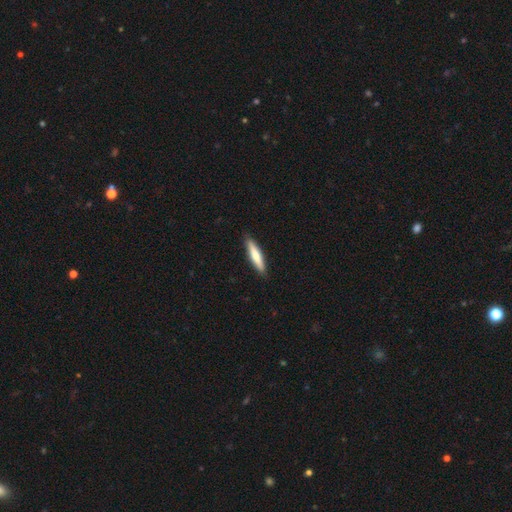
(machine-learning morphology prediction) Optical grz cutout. It shows a smooth galaxy with no disk features (70%) that is cigar-shaped (85%). Merging: none (90%).